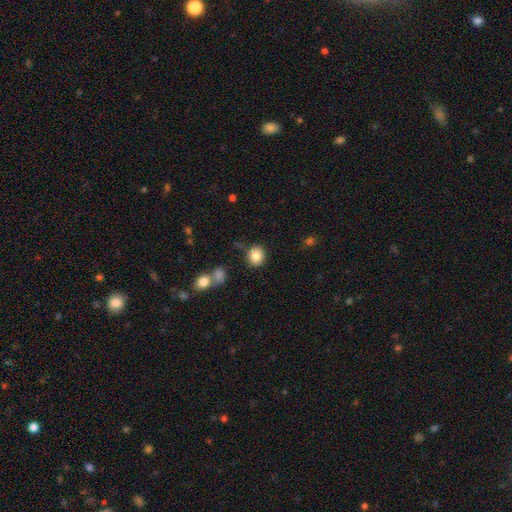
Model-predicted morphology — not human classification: Smooth or featured? smooth (83%)
How rounded? round (75%)
Merging? none (83%)